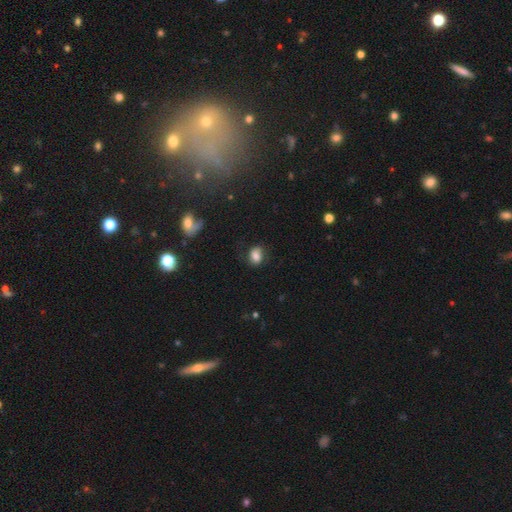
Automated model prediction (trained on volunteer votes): Q: Smooth or featured?
A: smooth (75%); runner-up: featured or disk (15%)
Q: How rounded?
A: in between (64%); runner-up: round (35%)
Q: Merging?
A: none (65%); runner-up: minor disturbance (23%)